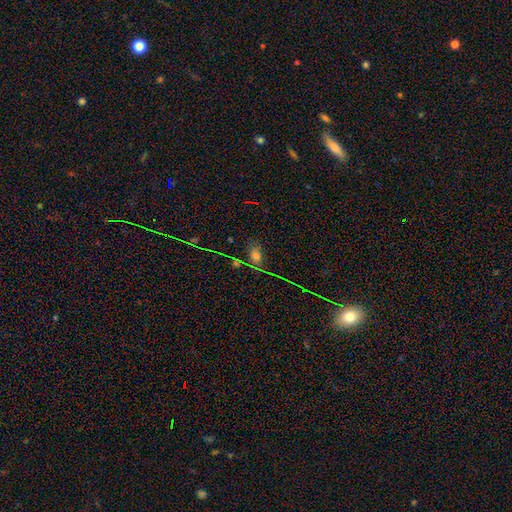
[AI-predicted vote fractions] This is possibly a smooth galaxy (59%). How rounded: likely in between (79%). Merging: likely none (62%).